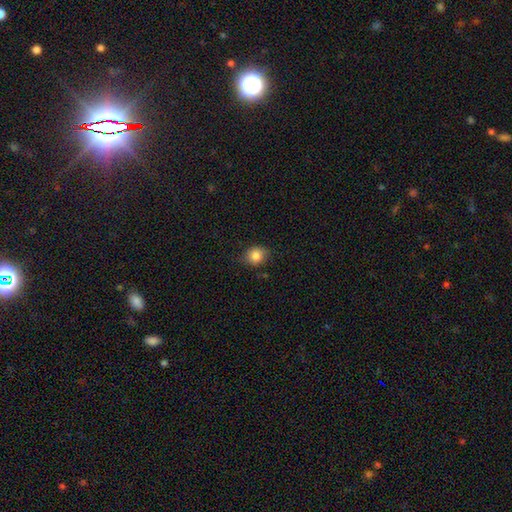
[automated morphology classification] smooth-or-featured: smooth: 84% | star or artifact: 10% | featured or disk: 6%
  how-rounded: round: 70% | in between: 29% | cigar-shaped: 1%
  merging: none: 81% | minor disturbance: 15% | major disturbance: 3% | merger: 1%